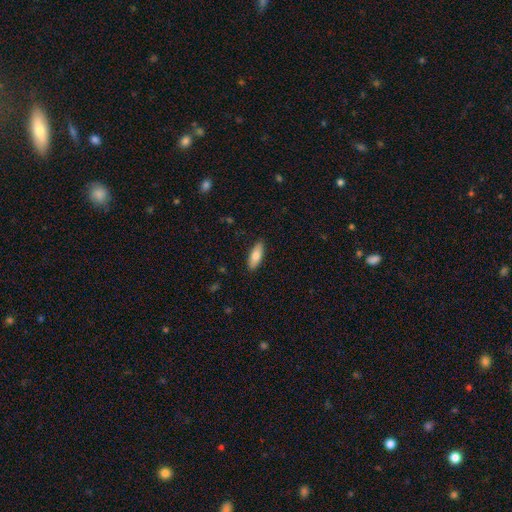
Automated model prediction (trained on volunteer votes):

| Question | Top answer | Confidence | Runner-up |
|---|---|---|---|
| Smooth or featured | smooth | 79% | featured or disk (15%) |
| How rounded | in between | 69% | cigar-shaped (29%) |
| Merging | none | 88% | minor disturbance (9%) |